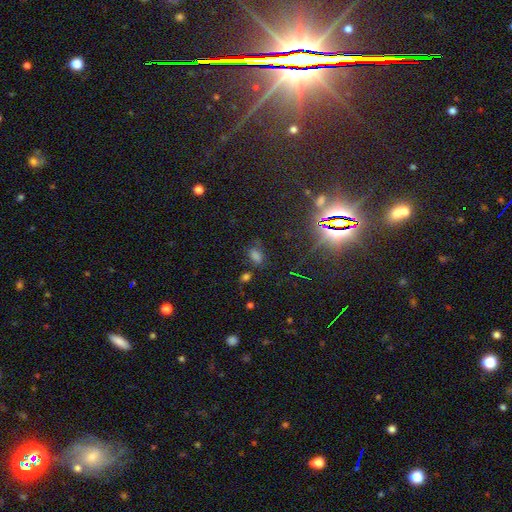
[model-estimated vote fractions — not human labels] Overall: smooth (56%; star or artifact 36%). How rounded: in between (85%). Merging: none (62%).